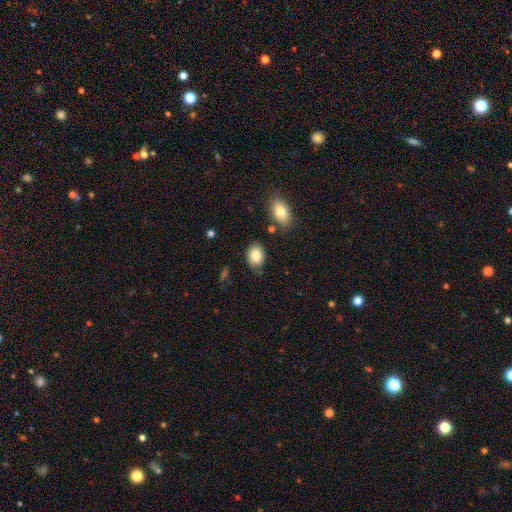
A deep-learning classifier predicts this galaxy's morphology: smooth_or_featured: smooth (p=0.85) [alt: featured or disk p=0.08]
how_rounded: in between (p=0.78) [alt: round p=0.21]
merging: none (p=0.80) [alt: minor disturbance p=0.13]